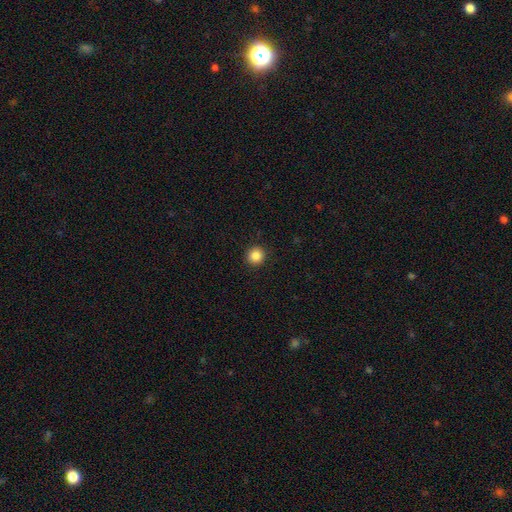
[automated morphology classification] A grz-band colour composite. It shows a smooth galaxy with no disk features (86%) that is round (94%). Merging: none (92%).